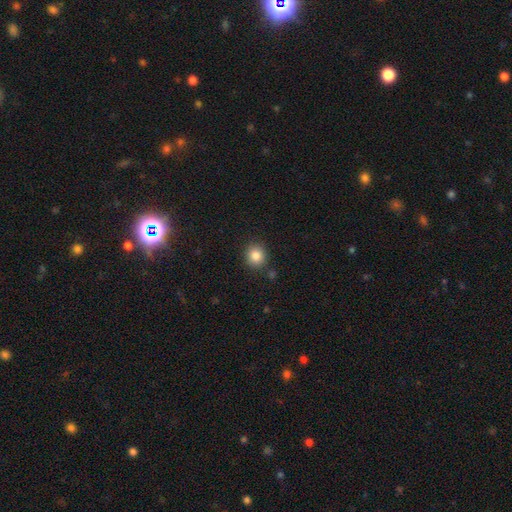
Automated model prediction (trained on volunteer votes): smooth_or_featured: smooth (p=0.85) [alt: star or artifact p=0.10]
how_rounded: round (p=0.84) [alt: in between p=0.15]
merging: none (p=0.87) [alt: minor disturbance p=0.08]